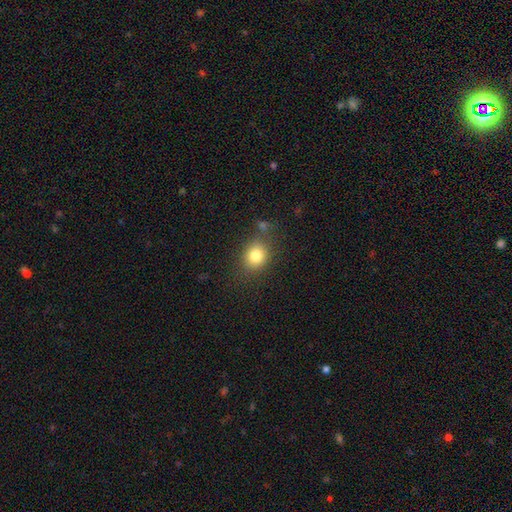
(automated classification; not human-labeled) A smooth galaxy with no disk features (81%) that is round (61%).

Vote fractions:
- Smooth or featured? smooth: 81% / star or artifact: 11% / featured or disk: 8%
- How rounded? round: 61% / in between: 38% / cigar-shaped: 1%
- Merging? none: 75% / minor disturbance: 14% / merger: 5% / major disturbance: 5%